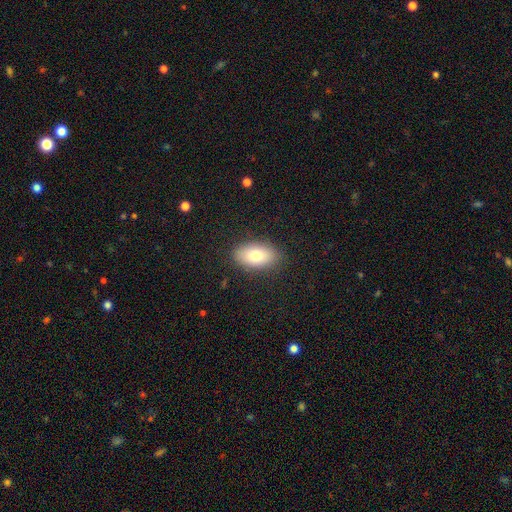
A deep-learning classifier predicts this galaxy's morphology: A smooth galaxy with no disk features (76%) that is in between round and cigar-shaped (91%). Merging: none (86%).